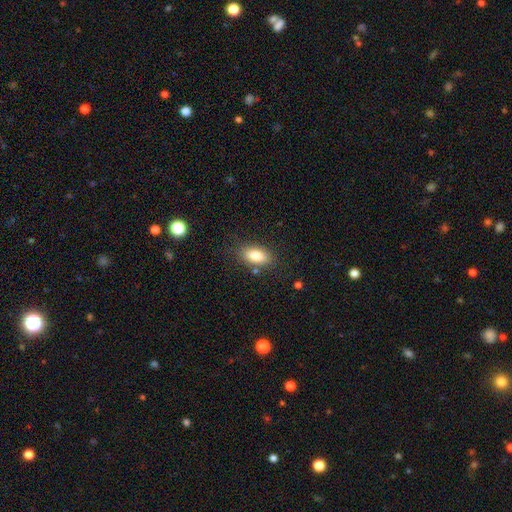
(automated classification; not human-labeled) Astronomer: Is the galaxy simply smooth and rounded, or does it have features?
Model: smooth — 82%.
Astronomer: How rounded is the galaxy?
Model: in between — 89%.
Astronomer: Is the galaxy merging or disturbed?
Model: none — 81%.